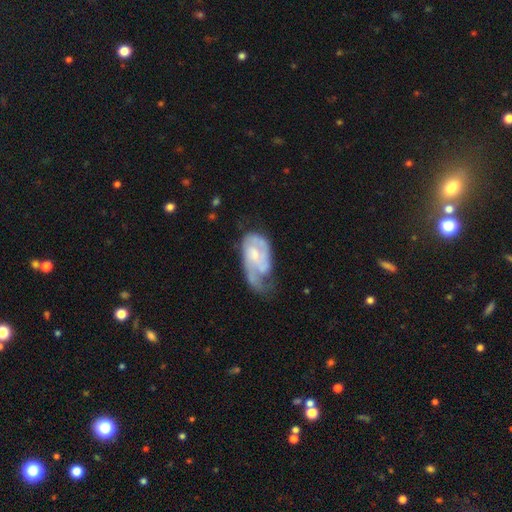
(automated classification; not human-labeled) Smooth or featured: featured or disk — 75% (smooth — 19%)
Edge-on disk: no — 96% (yes — 4%)
Bar: no — 58% (weak — 36%)
Spiral arms: yes — 88% (no — 12%)
Spiral winding: tight — 40% (tied with medium — 40%)
Spiral arm count: 2 — 43% (1 — 28%)
Bulge size: small — 46% (moderate — 37%)
Merging: major disturbance — 34% (none — 31%)